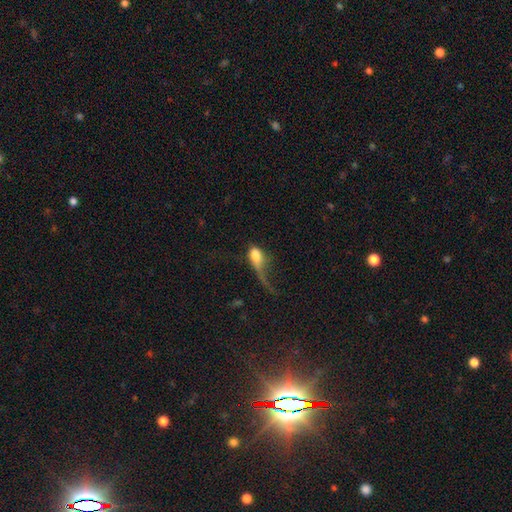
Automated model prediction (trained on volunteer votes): smooth-or-featured: smooth: 63% | featured or disk: 28% | star or artifact: 9%
  how-rounded: in between: 78% | round: 11% | cigar-shaped: 11%
  merging: major disturbance: 63% | none: 16% | minor disturbance: 14% | merger: 7%